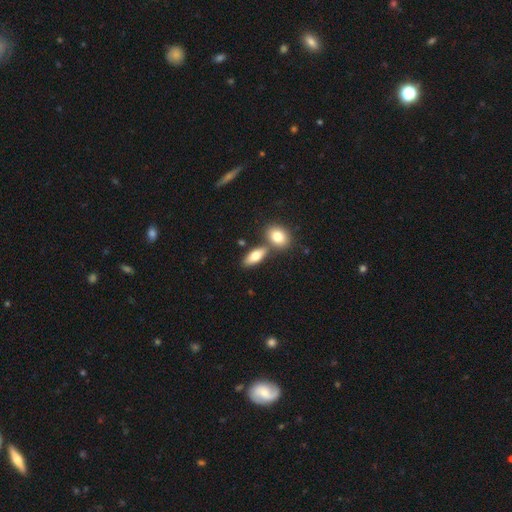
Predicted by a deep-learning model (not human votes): Smooth or featured: smooth — 76% (featured or disk — 17%)
How rounded: in between — 80% (cigar-shaped — 14%)
Merging: none — 59% (merger — 28%)